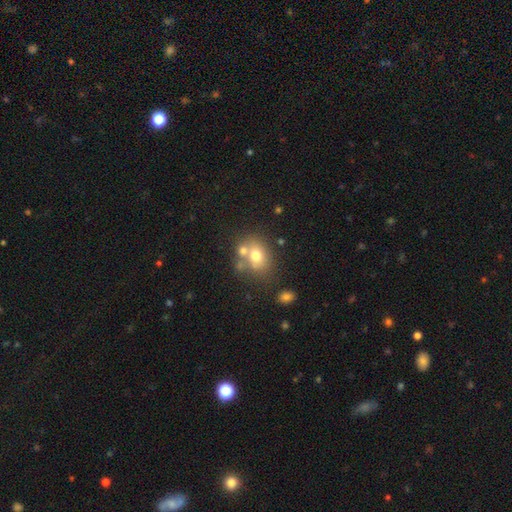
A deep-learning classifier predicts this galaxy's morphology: smooth_or_featured: smooth (p=0.67) [alt: featured or disk p=0.20]
how_rounded: round (p=0.55) [alt: in between p=0.44]
merging: none (p=0.49) [alt: merger p=0.32]